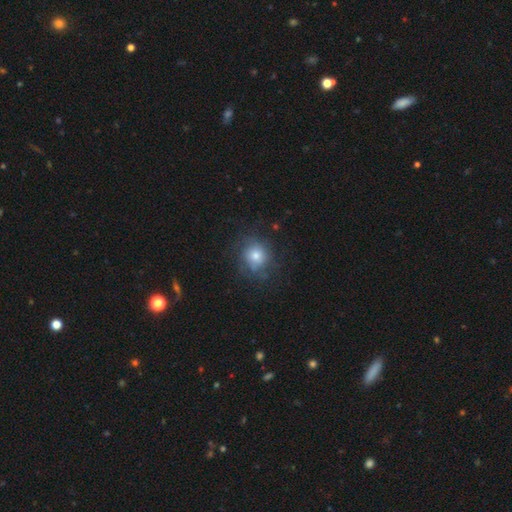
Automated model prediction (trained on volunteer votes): Smooth or featured: smooth — 60% (featured or disk — 25%)
How rounded: round — 88% (in between — 11%)
Merging: none — 72% (minor disturbance — 17%)